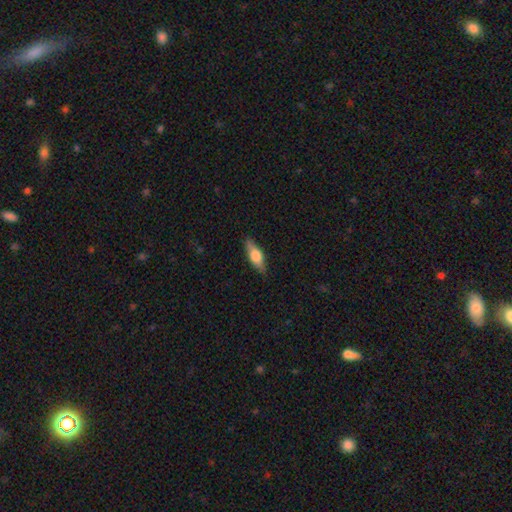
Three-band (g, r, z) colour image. It shows a smooth galaxy with no disk features (53%) that is cigar-shaped (60%). Merging: none (89%).